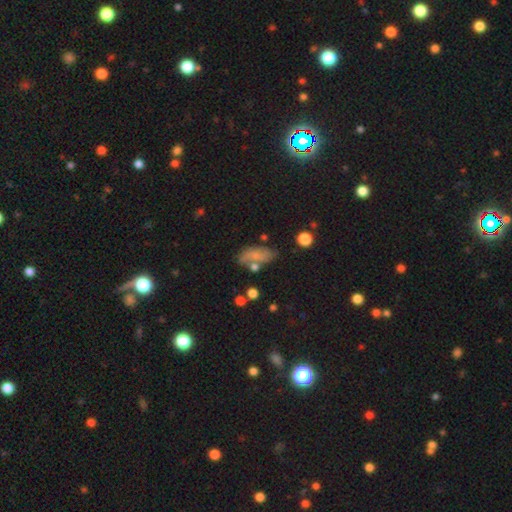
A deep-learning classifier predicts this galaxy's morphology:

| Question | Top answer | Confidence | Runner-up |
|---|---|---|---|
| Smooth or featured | smooth | 56% | featured or disk (34%) |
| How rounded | in between | 82% | cigar-shaped (12%) |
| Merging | none | 55% | minor disturbance (24%) |